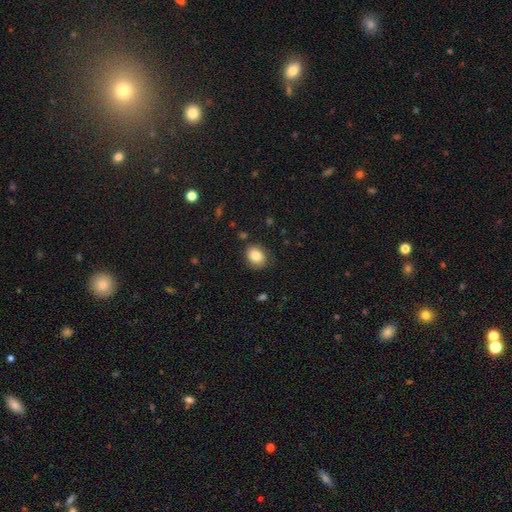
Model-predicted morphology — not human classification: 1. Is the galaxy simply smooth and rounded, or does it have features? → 80% smooth, 11% featured or disk, 9% star or artifact.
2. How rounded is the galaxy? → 53% round, 46% in between, 1% cigar-shaped.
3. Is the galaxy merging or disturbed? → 79% none, 15% minor disturbance, 4% major disturbance, 2% merger.